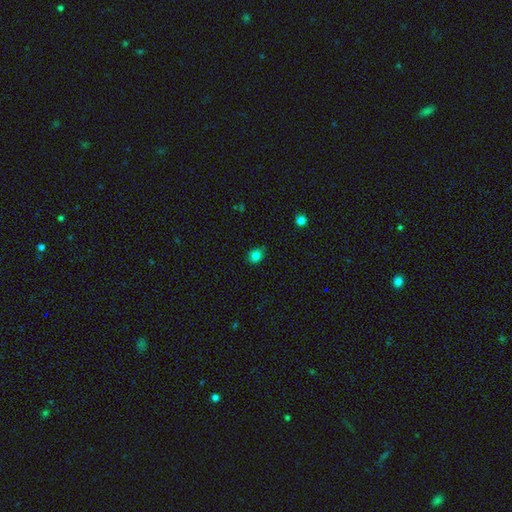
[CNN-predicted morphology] type=smooth (82%); roundness=round (62%); merging=none (78%).